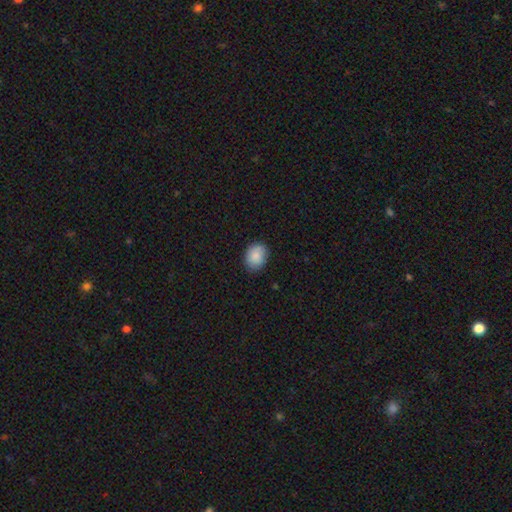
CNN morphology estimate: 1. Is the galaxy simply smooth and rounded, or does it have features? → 88% smooth, 7% star or artifact, 5% featured or disk.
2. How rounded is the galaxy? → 60% in between, 39% round, 1% cigar-shaped.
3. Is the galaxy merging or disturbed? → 85% none, 11% minor disturbance, 2% major disturbance, 1% merger.